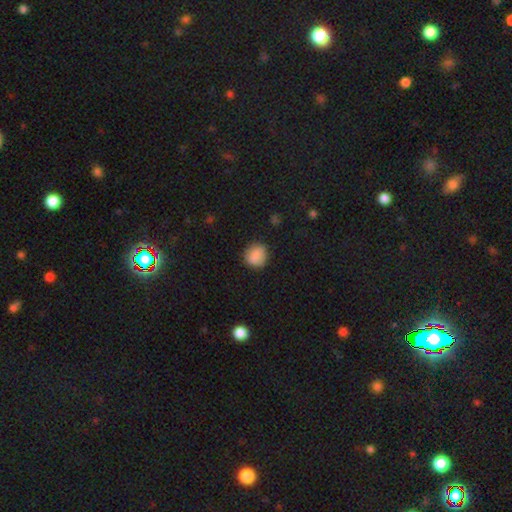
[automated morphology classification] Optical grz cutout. It shows a smooth galaxy with no disk features (86%) that is round (71%). Merging: none (80%).